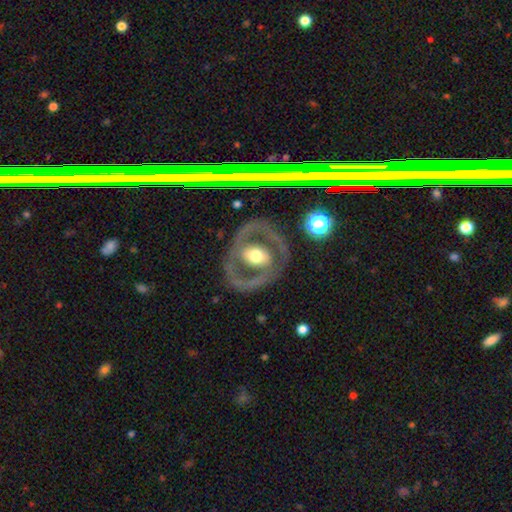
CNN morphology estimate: Smooth or featured?
  - featured or disk: 71% *
  - smooth: 23%
  - star or artifact: 6%
Edge-on disk?
  - no: 95% *
  - yes: 5%
Bar?
  - no: 56% *
  - weak: 23%
  - strong: 21%
Spiral arms?
  - no: 65% *
  - yes: 35%
Bulge size?
  - moderate: 65% *
  - large: 25%
  - small: 7%
  - dominant: 2%
  - none: 1%
Merging?
  - none: 78% *
  - minor disturbance: 11%
  - major disturbance: 9%
  - merger: 2%